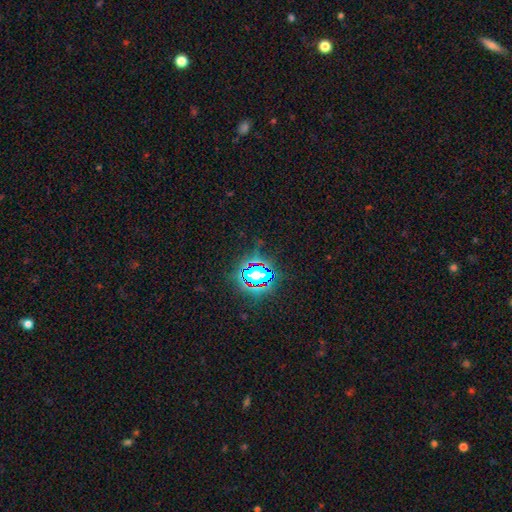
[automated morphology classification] This is clearly a star or artifact rather than a galaxy (81%).